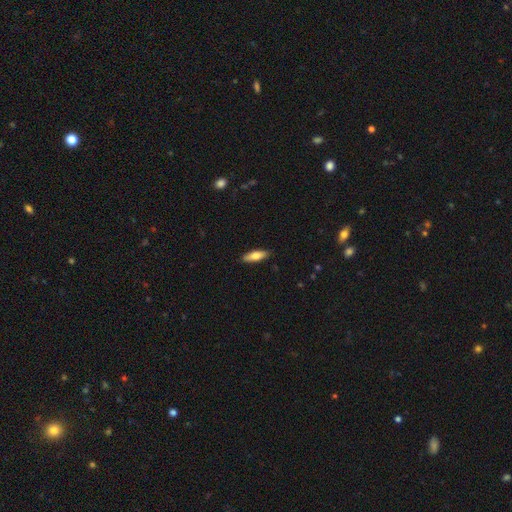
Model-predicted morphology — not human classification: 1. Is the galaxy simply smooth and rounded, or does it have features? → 71% smooth, 23% featured or disk, 6% star or artifact.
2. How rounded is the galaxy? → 50% in between, 48% cigar-shaped, 2% round.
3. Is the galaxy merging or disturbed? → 88% none, 9% minor disturbance, 2% major disturbance, 1% merger.